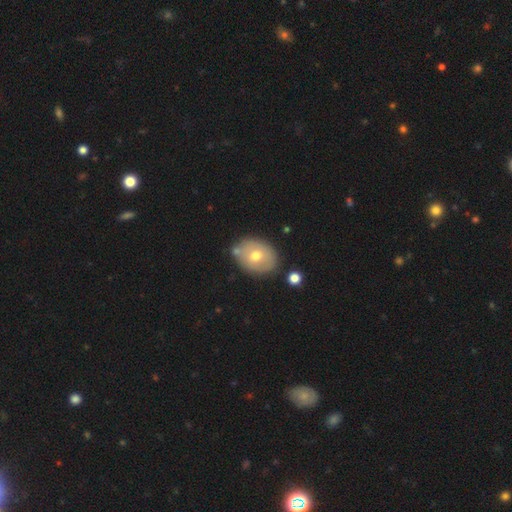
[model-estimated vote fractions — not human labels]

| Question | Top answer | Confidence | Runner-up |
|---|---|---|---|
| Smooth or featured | smooth | 61% | featured or disk (31%) |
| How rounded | in between | 60% | round (39%) |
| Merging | none | 74% | minor disturbance (15%) |